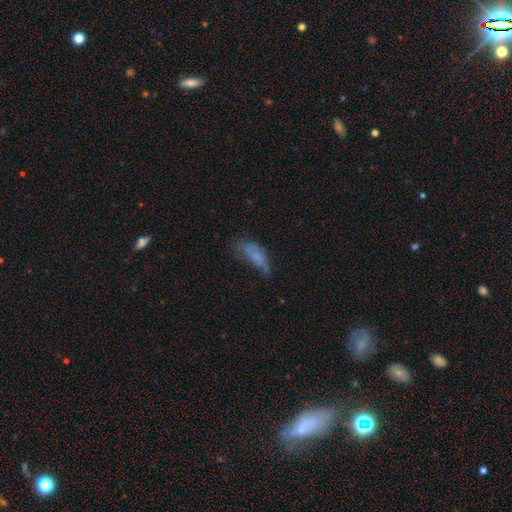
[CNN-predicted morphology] smooth-or-featured: smooth: 53% | featured or disk: 33% | star or artifact: 14%
  how-rounded: in between: 69% | cigar-shaped: 28% | round: 3%
  merging: major disturbance: 33% | none: 32% | minor disturbance: 29% | merger: 6%